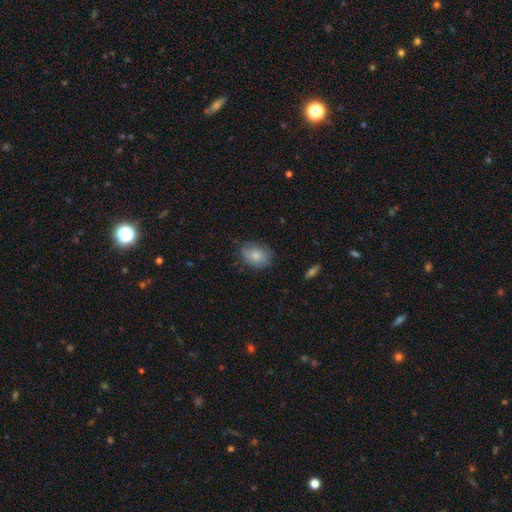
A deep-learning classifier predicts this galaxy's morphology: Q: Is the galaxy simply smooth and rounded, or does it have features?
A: smooth — 80%.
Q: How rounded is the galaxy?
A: in between — 71%.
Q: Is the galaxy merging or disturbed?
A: none — 67%.